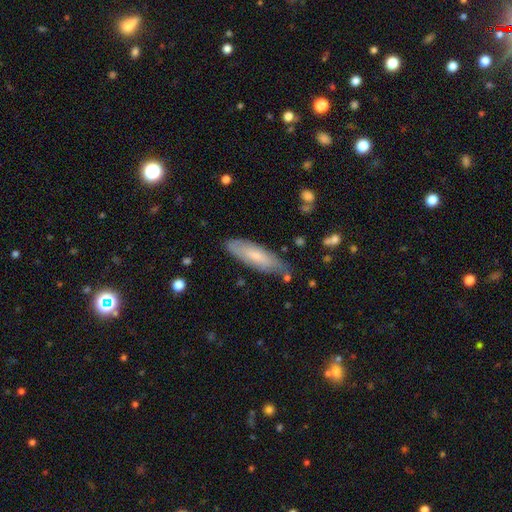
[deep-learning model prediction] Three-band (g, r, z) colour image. It shows a smooth galaxy with no disk features (65%) that is cigar-shaped (55%). Merging: none (76%).